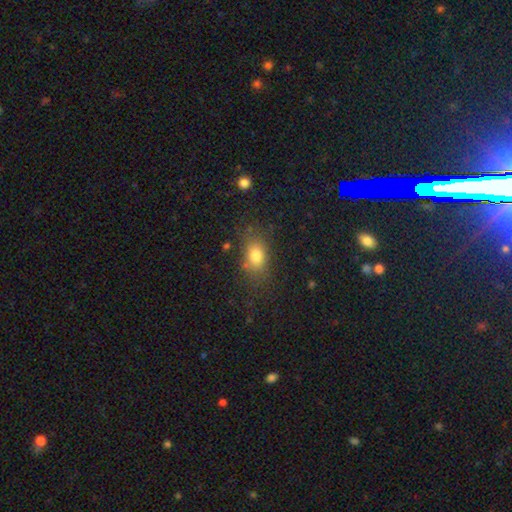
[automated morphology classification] A smooth galaxy with no disk features (78%) that is in between round and cigar-shaped (73%). Merging: none (72%).